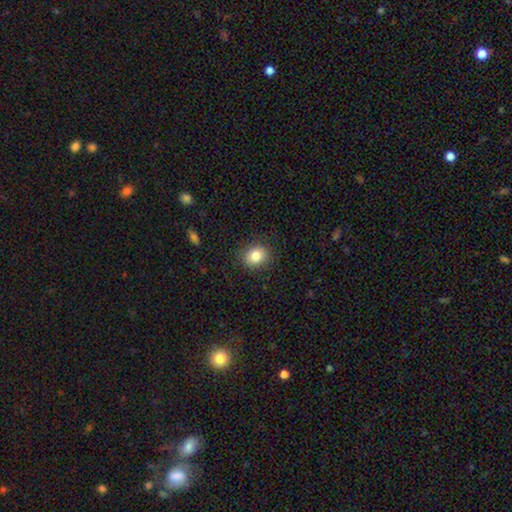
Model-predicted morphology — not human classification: Smooth or featured? Predicted: smooth (p=0.84). How rounded? Predicted: round (p=0.58). Merging? Predicted: none (p=0.88).